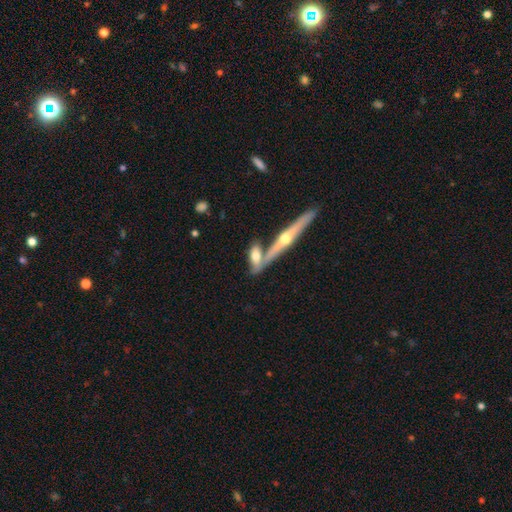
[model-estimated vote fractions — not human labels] Q: Smooth or featured?
A: smooth (51%); runner-up: featured or disk (42%)
Q: How rounded?
A: in between (51%); runner-up: cigar-shaped (44%)
Q: Merging?
A: none (50%); runner-up: merger (34%)